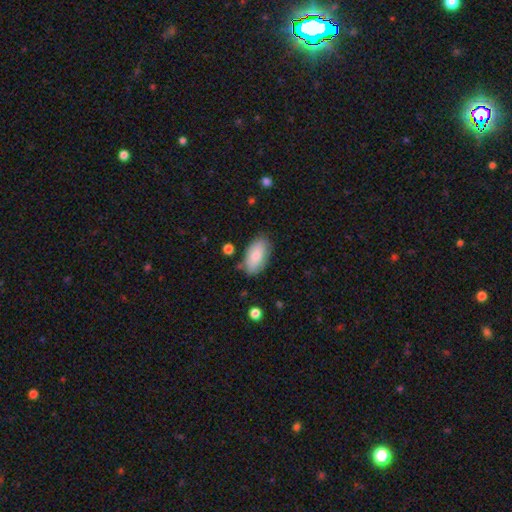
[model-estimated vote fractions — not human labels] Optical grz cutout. It shows a smooth galaxy with no disk features (83%) that is in between round and cigar-shaped (93%). Merging: none (75%).